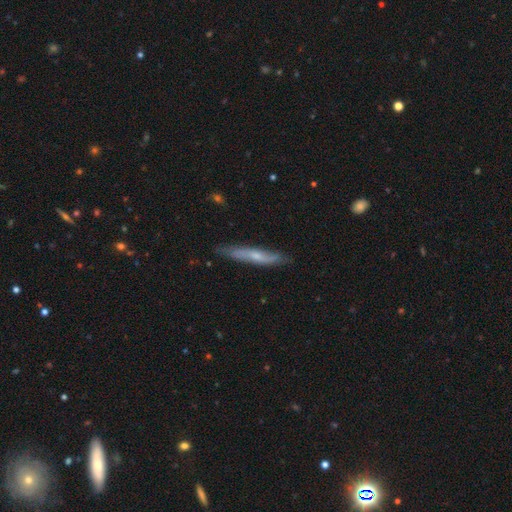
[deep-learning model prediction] featured or disk 50%, smooth 43%, star or artifact 6%. Down the decision tree: edge-on disk — yes (77%); merging — none (81%).